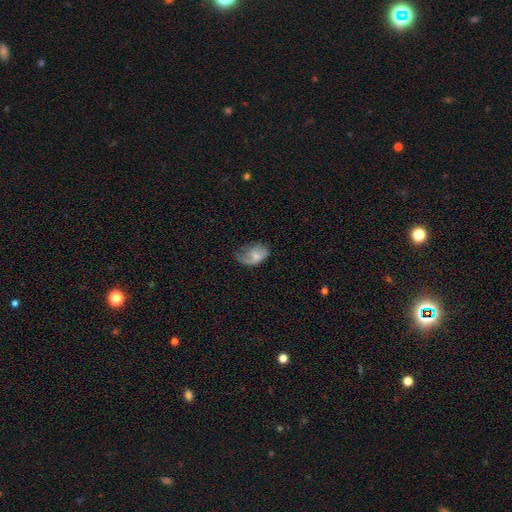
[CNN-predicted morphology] Smooth or featured: featured or disk — 46% (tied with smooth — 46%)
Merging: none — 36% (major disturbance — 32%)